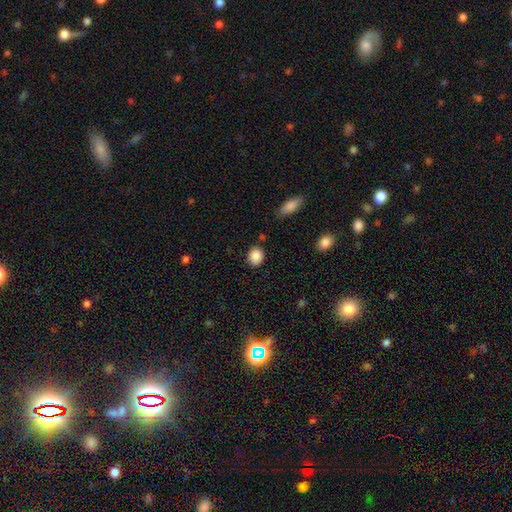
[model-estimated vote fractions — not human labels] Q: Smooth or featured?
A: smooth (88%); runner-up: star or artifact (8%)
Q: How rounded?
A: round (65%); runner-up: in between (34%)
Q: Merging?
A: none (85%); runner-up: minor disturbance (10%)